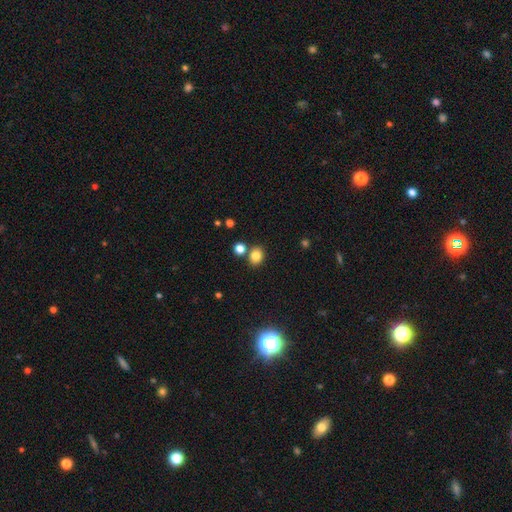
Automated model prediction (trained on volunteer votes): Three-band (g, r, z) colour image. It shows a smooth galaxy with no disk features (82%) that is round (64%). Merging: none (74%).